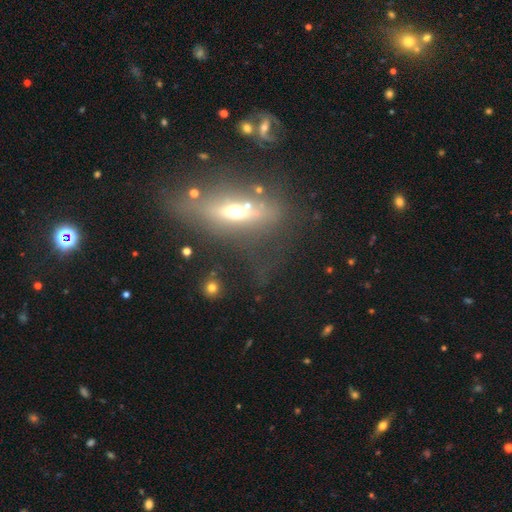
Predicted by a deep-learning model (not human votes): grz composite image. It shows a featured or disk galaxy (61%) viewed edge-on (69%). Merging: none (61%).